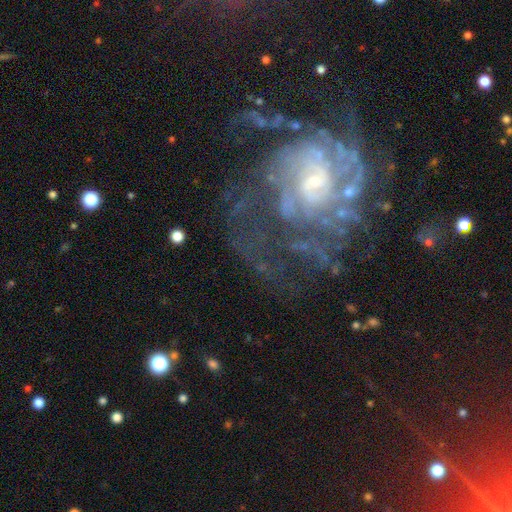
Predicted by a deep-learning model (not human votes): Smooth or featured? Predicted: featured or disk (p=0.76). Edge-on disk? Predicted: no (p=0.96). Bar? Predicted: no (p=0.56). Spiral arms? Predicted: yes (p=0.87). Spiral winding? Predicted: tight (p=0.56). Spiral arm count? Predicted: can't tell (p=0.46). Bulge size? Predicted: small (p=0.49). Merging? Predicted: none (p=0.55).